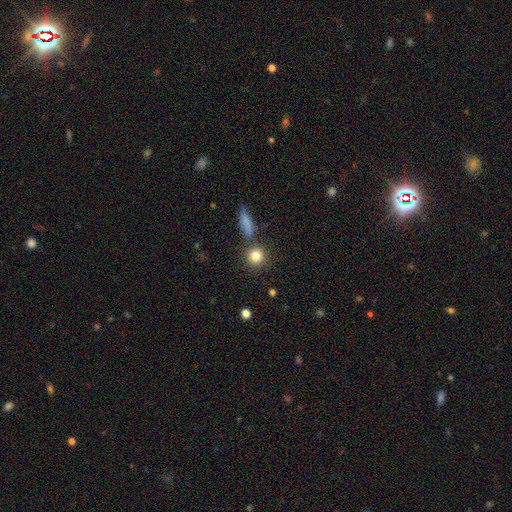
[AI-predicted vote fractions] Smooth or featured? smooth (84%)
How rounded? round (88%)
Merging? none (79%)